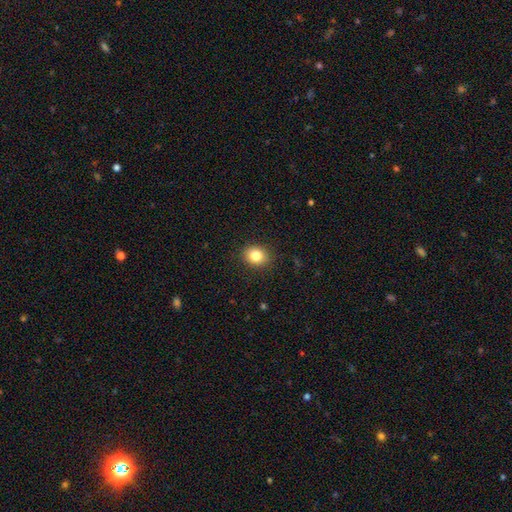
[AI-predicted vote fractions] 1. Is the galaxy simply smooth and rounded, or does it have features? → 83% smooth, 10% star or artifact, 7% featured or disk.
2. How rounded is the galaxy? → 60% round, 40% in between, 1% cigar-shaped.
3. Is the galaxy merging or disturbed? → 89% none, 7% minor disturbance, 2% major disturbance, 1% merger.